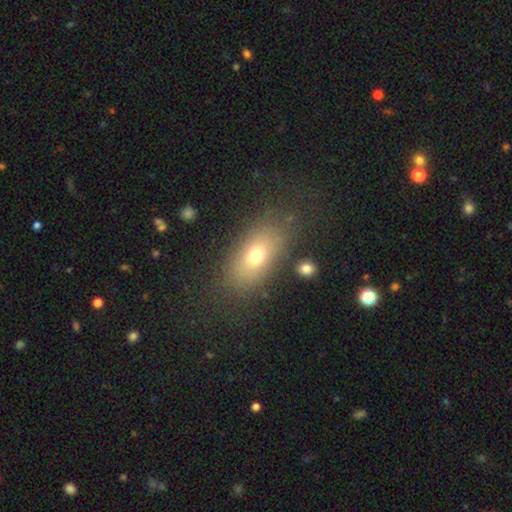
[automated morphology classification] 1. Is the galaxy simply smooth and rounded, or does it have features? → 70% smooth, 18% featured or disk, 11% star or artifact.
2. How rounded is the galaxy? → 83% in between, 10% round, 7% cigar-shaped.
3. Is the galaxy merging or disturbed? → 78% none, 12% minor disturbance, 7% major disturbance, 2% merger.